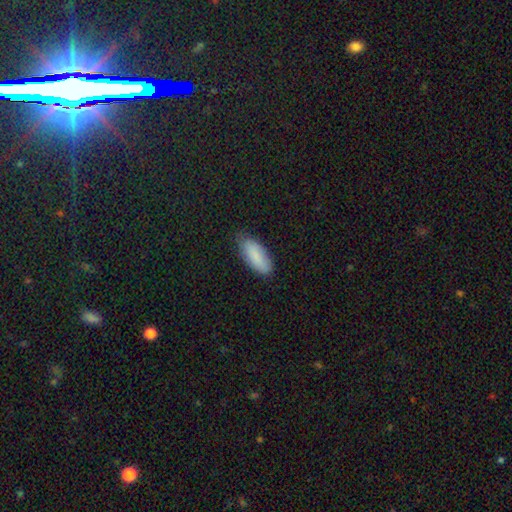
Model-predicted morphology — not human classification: smooth 86%, featured or disk 8%, star or artifact 6%. Down the decision tree: how rounded — in between (80%); merging — none (75%).